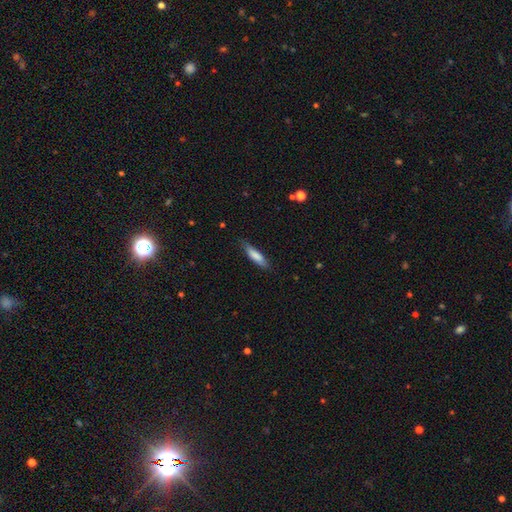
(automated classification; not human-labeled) Smooth or featured: smooth — 79% (featured or disk — 15%)
How rounded: cigar-shaped — 73% (in between — 25%)
Merging: none — 81% (minor disturbance — 15%)